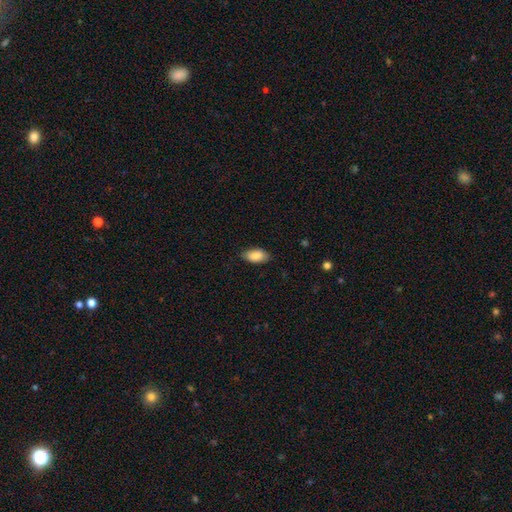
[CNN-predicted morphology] This is clearly a smooth galaxy (87%). How rounded: clearly in between (92%). Merging: clearly none (85%).